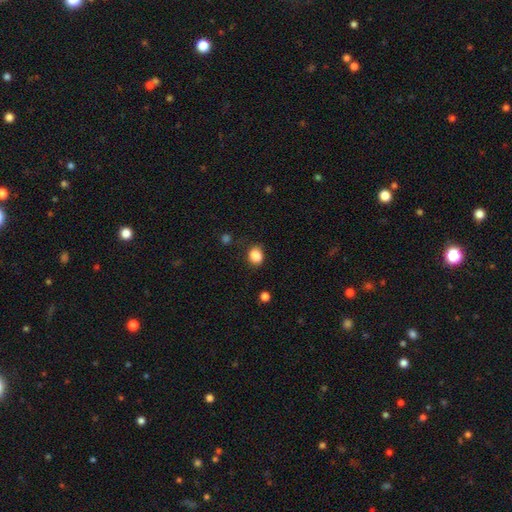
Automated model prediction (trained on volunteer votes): This is clearly a smooth galaxy (87%). How rounded: possibly round (55%). Merging: likely none (73%).